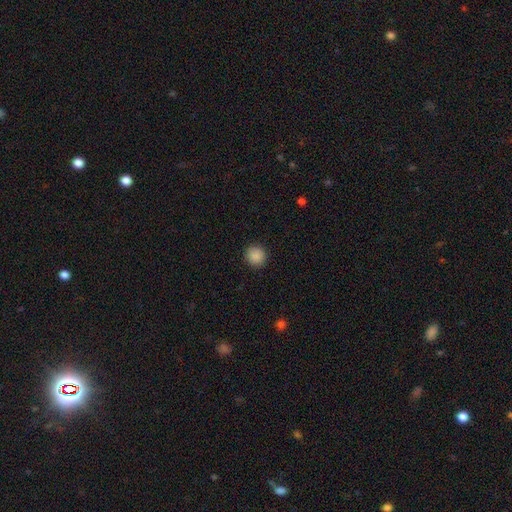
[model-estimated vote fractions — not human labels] This appears to be a smooth galaxy with no disk features (88%) that is round (94%). Merging: none (92%).